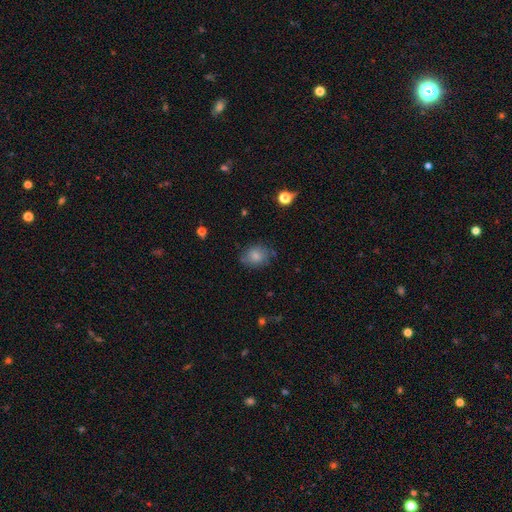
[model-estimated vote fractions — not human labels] This appears to be a smooth galaxy with no disk features (80%) that is in between round and cigar-shaped (53%). Merging: none (72%).